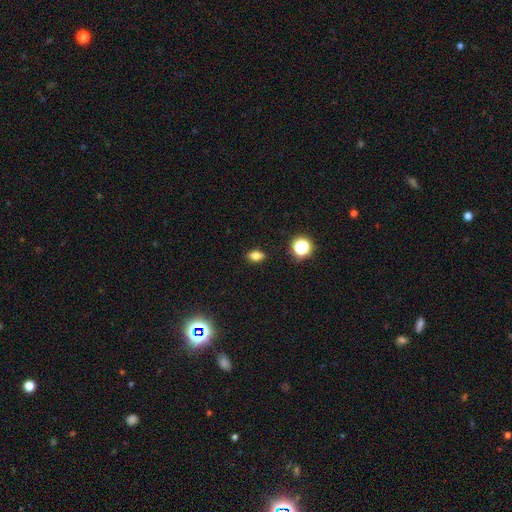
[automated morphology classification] Smooth or featured?
  - smooth: 79% *
  - star or artifact: 14%
  - featured or disk: 8%
How rounded?
  - in between: 81% *
  - round: 16%
  - cigar-shaped: 3%
Merging?
  - none: 88% *
  - minor disturbance: 8%
  - major disturbance: 2%
  - merger: 1%